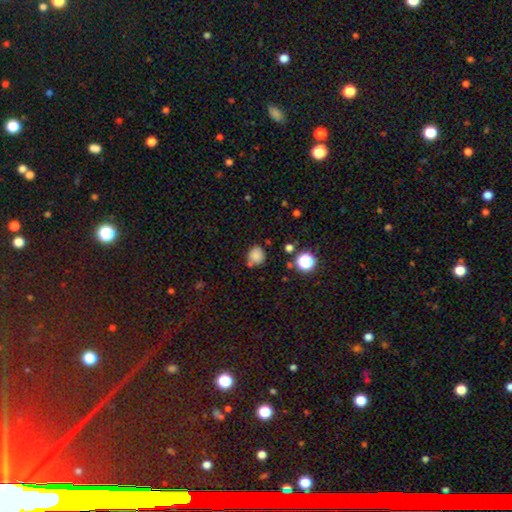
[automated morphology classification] Smooth or featured? Predicted: smooth (p=0.80). How rounded? Predicted: round (p=0.78). Merging? Predicted: none (p=0.69).